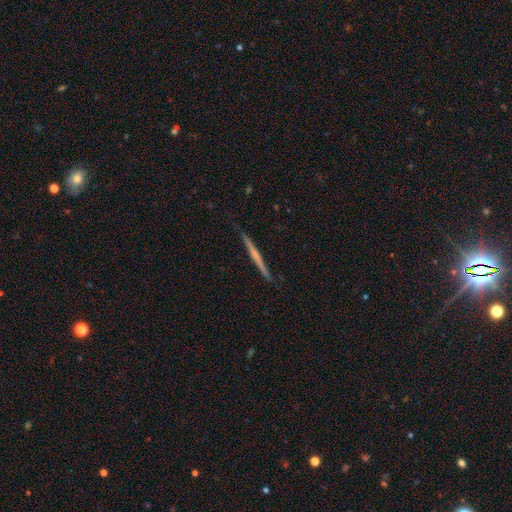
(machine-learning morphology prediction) The model was most divided on "smooth or featured": featured or disk: 63%, smooth: 31%, star or artifact: 6%. More confident: edge-on disk — yes (98%); merging — none (91%); edge-on bulge — none (69%).